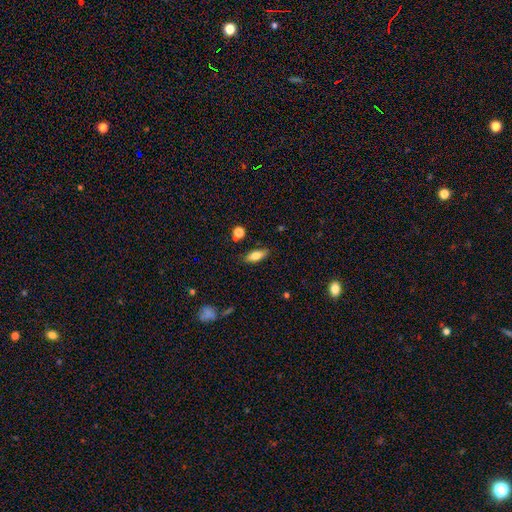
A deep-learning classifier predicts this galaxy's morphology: This is likely a smooth galaxy (73%). How rounded: likely in between (70%). Merging: clearly none (83%).